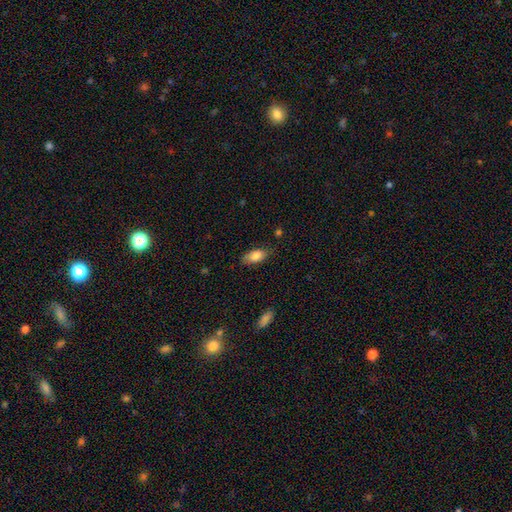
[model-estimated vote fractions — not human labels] smooth 83%, featured or disk 10%, star or artifact 7%. Down the decision tree: how rounded — in between (89%); merging — none (75%).